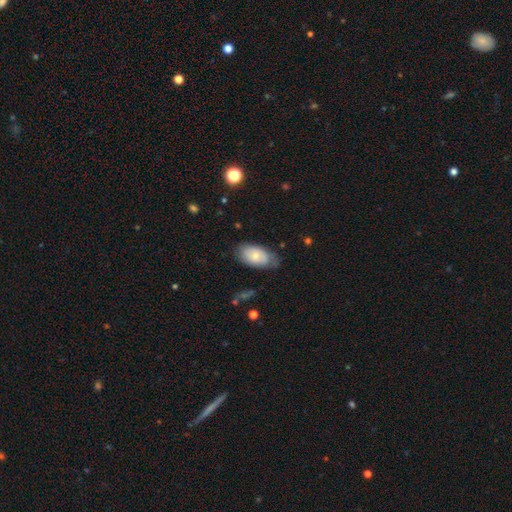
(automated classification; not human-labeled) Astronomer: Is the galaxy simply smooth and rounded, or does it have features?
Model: smooth — 62%.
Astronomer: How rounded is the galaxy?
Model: in between — 93%.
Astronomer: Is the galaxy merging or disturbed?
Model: none — 65%.